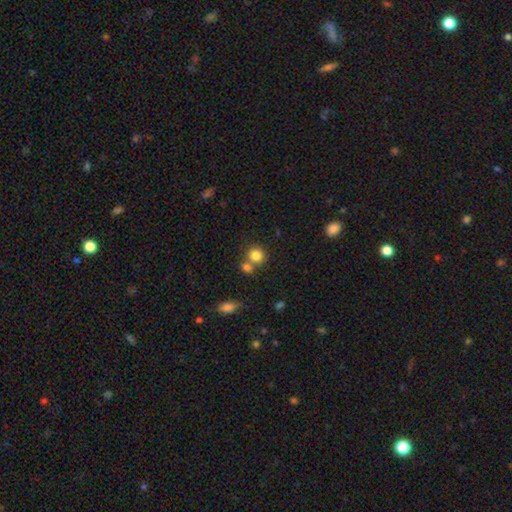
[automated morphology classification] A smooth galaxy with no disk features (82%) that is round (86%).

Vote fractions:
- Smooth or featured? smooth: 82% / star or artifact: 11% / featured or disk: 7%
- How rounded? round: 86% / in between: 13% / cigar-shaped: 1%
- Merging? none: 58% / merger: 31% / minor disturbance: 8% / major disturbance: 3%